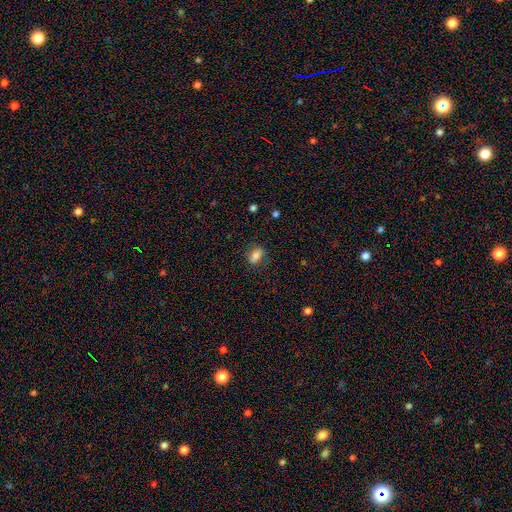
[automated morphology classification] This is clearly a smooth galaxy (81%). How rounded: clearly in between (83%). Merging: likely none (80%).